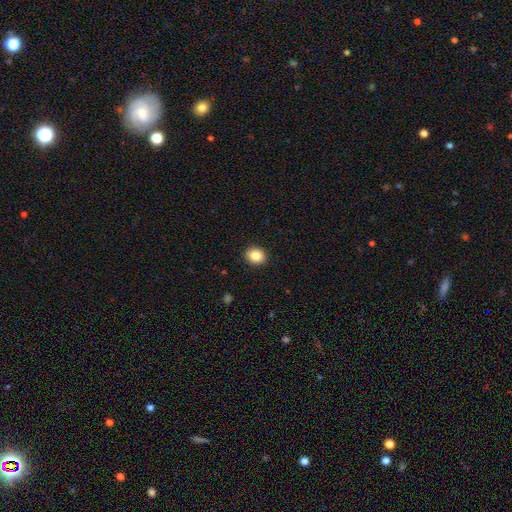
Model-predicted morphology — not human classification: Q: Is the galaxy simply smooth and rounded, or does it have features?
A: smooth — 86%.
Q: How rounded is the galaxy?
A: round — 63%.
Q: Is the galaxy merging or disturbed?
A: none — 91%.